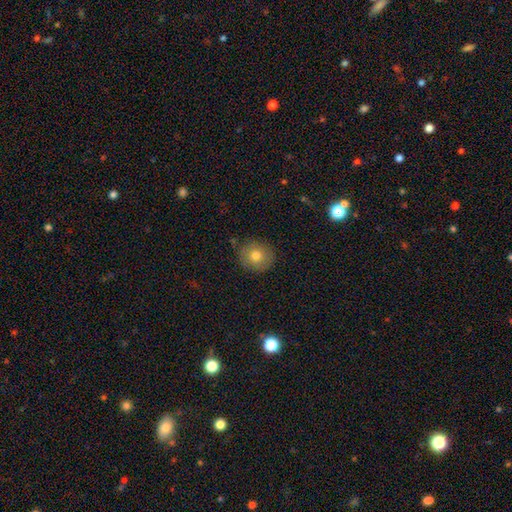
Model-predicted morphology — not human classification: smooth-or-featured: smooth: 76% | featured or disk: 14% | star or artifact: 10%
  how-rounded: round: 86% | in between: 13% | cigar-shaped: 1%
  merging: none: 86% | minor disturbance: 10% | major disturbance: 2% | merger: 2%